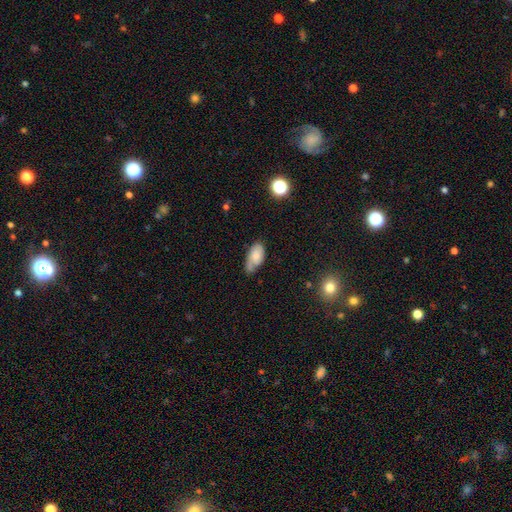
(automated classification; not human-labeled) Morphology: type=smooth (62%); roundness=in between (92%); merging=none (49%).